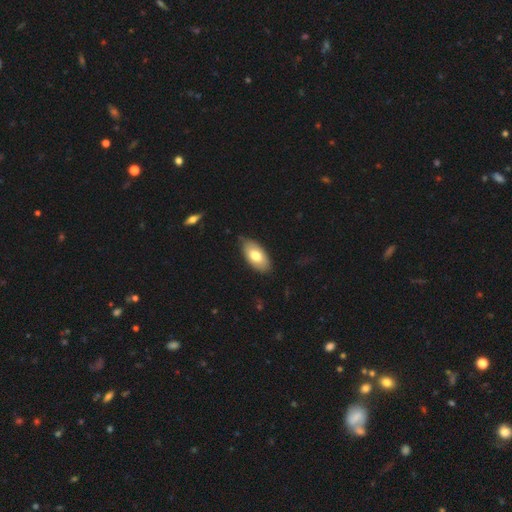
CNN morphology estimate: smooth_or_featured: smooth (p=0.73) [alt: featured or disk p=0.21]
how_rounded: in between (p=0.94) [alt: cigar-shaped p=0.04]
merging: none (p=0.82) [alt: minor disturbance p=0.15]